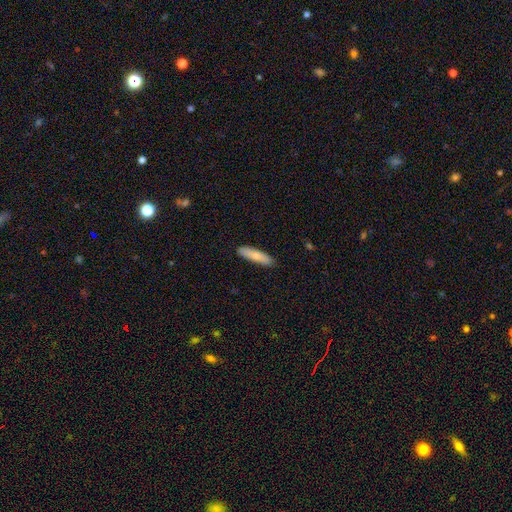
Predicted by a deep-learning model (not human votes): smooth_or_featured: smooth (p=0.79) [alt: featured or disk p=0.16]
how_rounded: cigar-shaped (p=0.75) [alt: in between p=0.24]
merging: none (p=0.89) [alt: minor disturbance p=0.09]